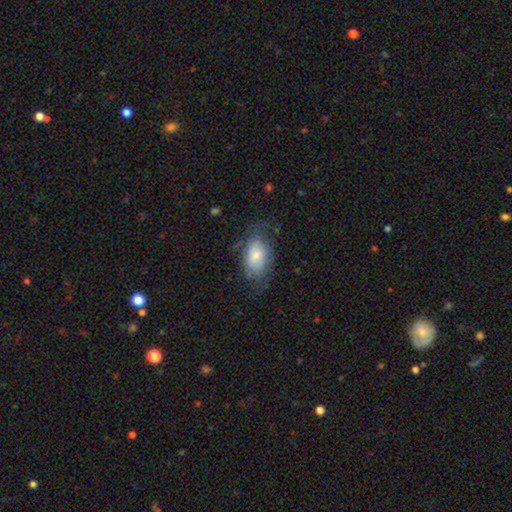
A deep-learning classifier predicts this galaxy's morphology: This appears to be a smooth galaxy with no disk features (63%) that is in between round and cigar-shaped (90%). Merging: none (52%).